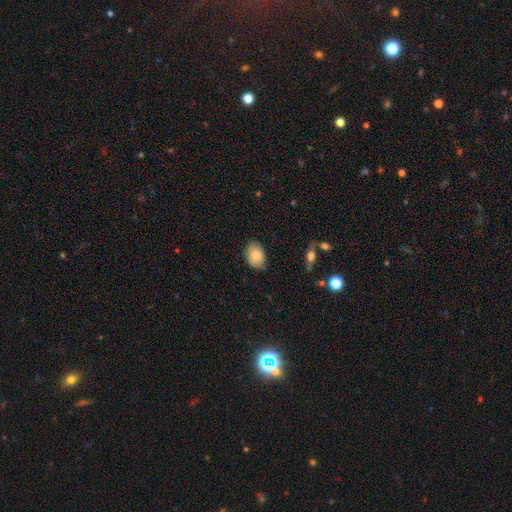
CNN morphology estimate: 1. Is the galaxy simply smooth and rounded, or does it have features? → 79% smooth, 13% featured or disk, 7% star or artifact.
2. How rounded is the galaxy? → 81% in between, 18% round, 1% cigar-shaped.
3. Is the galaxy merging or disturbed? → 80% none, 17% minor disturbance, 3% major disturbance, 1% merger.